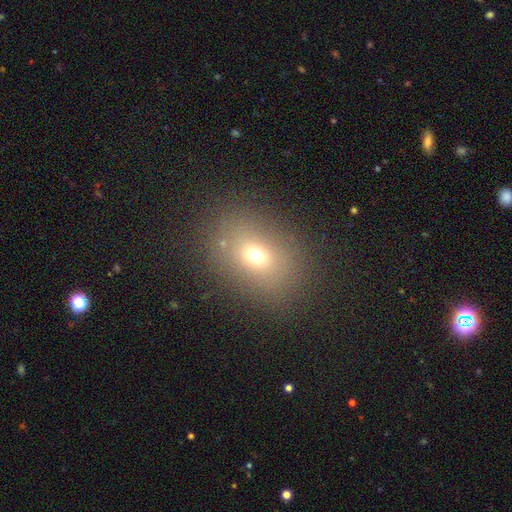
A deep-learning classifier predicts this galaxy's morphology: This is likely a smooth galaxy (67%). How rounded: likely in between (62%). Merging: clearly none (82%).